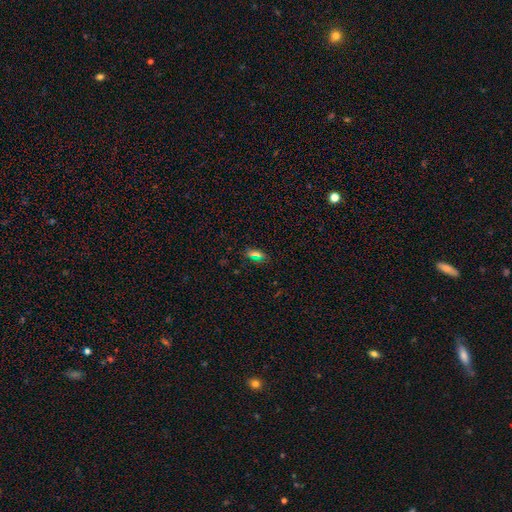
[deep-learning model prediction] Smooth or featured? Predicted: smooth (p=0.58). How rounded? Predicted: in between (p=0.69). Merging? Predicted: none (p=0.82).